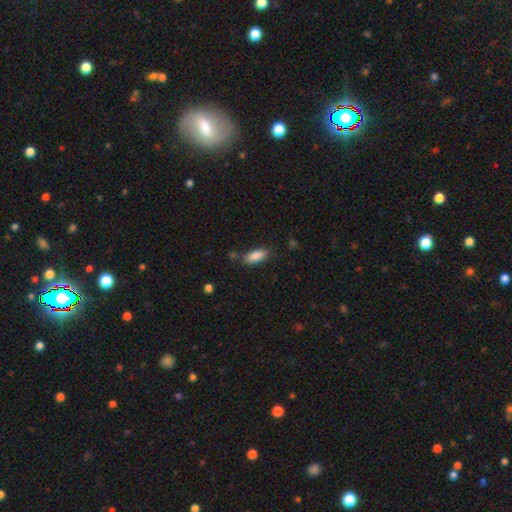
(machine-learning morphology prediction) Overall: smooth (87%). How rounded: in between (83%). Merging: none (79%).